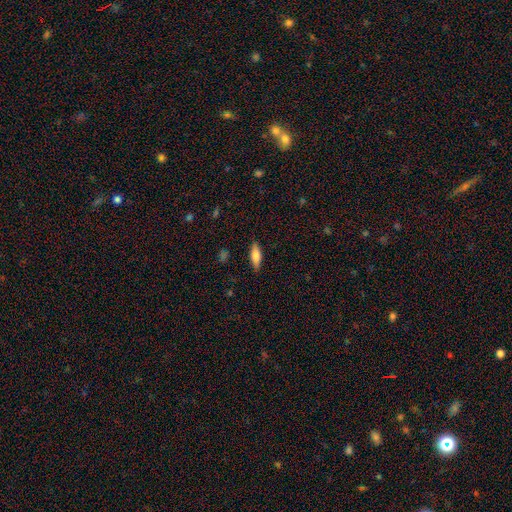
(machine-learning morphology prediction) A smooth galaxy with no disk features (67%) that is in between round and cigar-shaped (55%). Merging: none (87%).